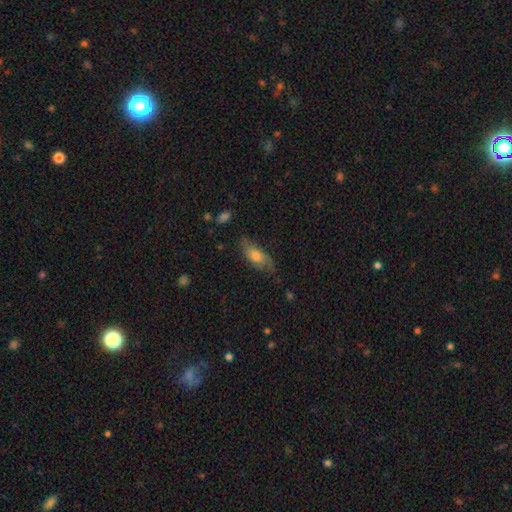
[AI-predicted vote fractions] Smooth or featured?
  - smooth: 54% *
  - featured or disk: 38%
  - star or artifact: 9%
How rounded?
  - in between: 73% *
  - cigar-shaped: 23%
  - round: 4%
Merging?
  - none: 65% *
  - minor disturbance: 25%
  - major disturbance: 8%
  - merger: 2%